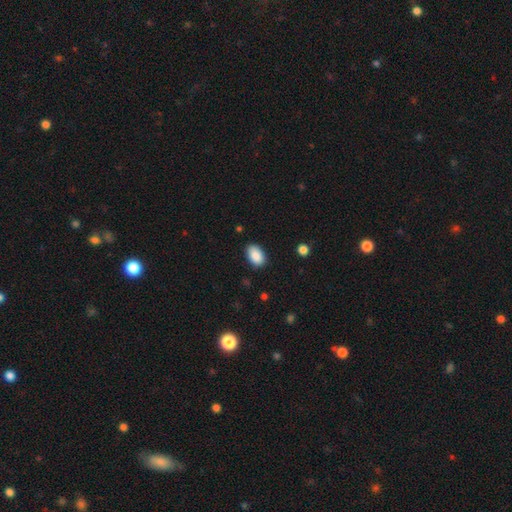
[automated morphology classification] Smooth or featured: smooth — 89% (star or artifact — 7%)
How rounded: in between — 91% (round — 7%)
Merging: none — 84% (minor disturbance — 12%)